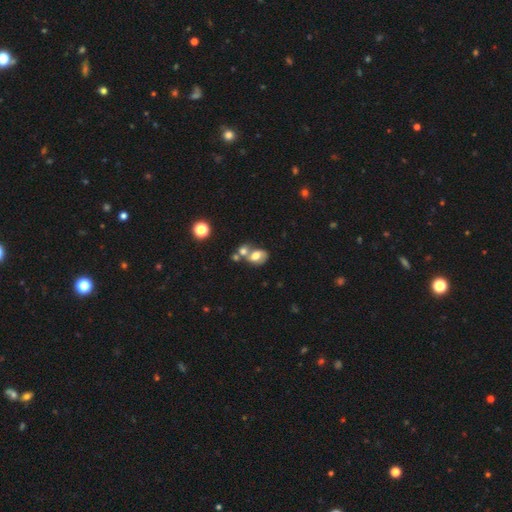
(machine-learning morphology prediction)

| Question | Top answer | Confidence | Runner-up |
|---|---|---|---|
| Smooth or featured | smooth | 57% | featured or disk (33%) |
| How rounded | in between | 71% | round (27%) |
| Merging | merger | 51% | none (29%) |